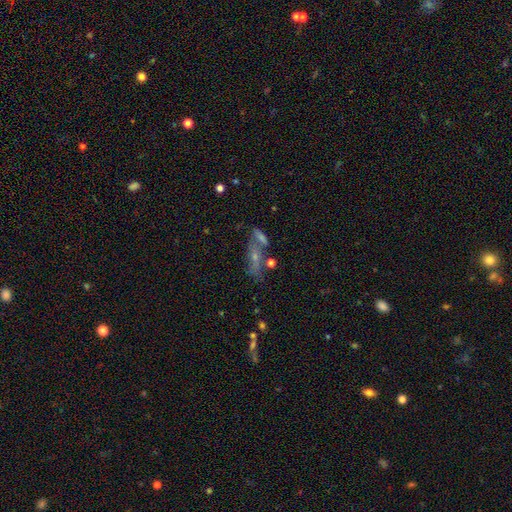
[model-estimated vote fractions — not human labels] smooth_or_featured: featured or disk (p=0.48) [alt: smooth p=0.34]
merging: none (p=0.48) [alt: merger p=0.25]